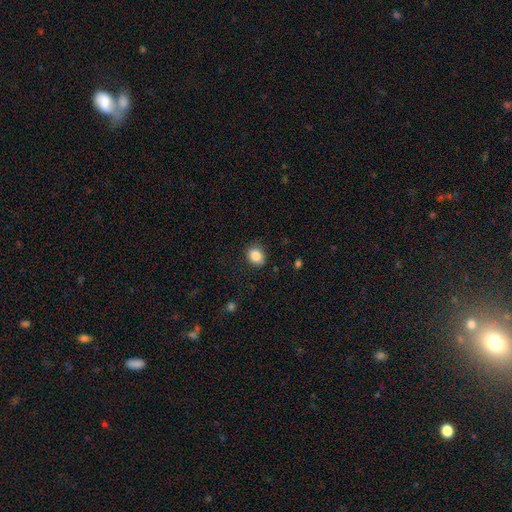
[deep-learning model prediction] This is clearly a smooth galaxy (86%). How rounded: possibly in between (50%). Merging: clearly none (81%).